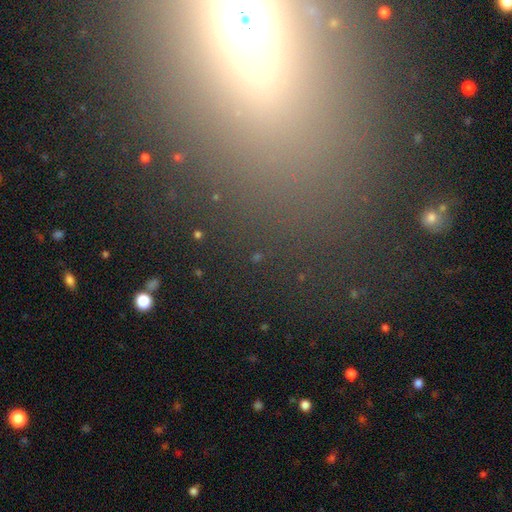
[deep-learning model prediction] A star or artifact, not a galaxy (62%).

Vote fractions:
- Smooth or featured? star or artifact: 62% / smooth: 25% / featured or disk: 14%